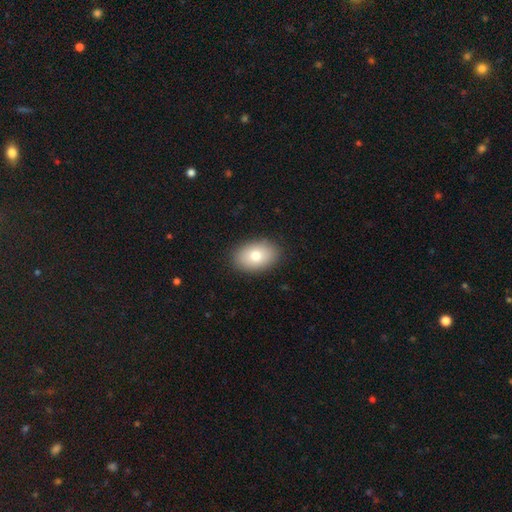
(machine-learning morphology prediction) smooth 80%, featured or disk 13%, star or artifact 8%. Down the decision tree: how rounded — in between (87%); merging — none (89%).